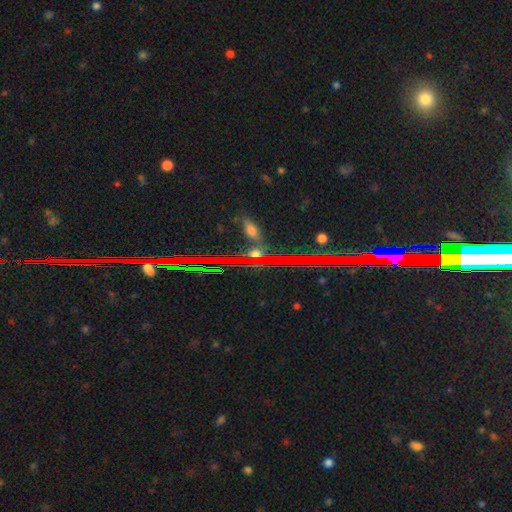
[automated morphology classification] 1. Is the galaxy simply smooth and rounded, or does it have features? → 83% star or artifact, 9% featured or disk, 8% smooth.